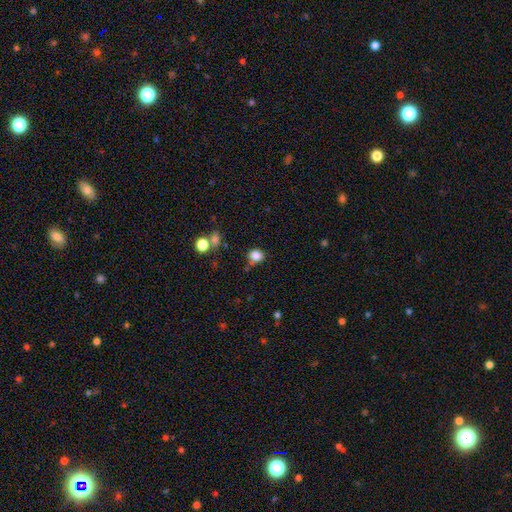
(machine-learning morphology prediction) smooth_or_featured: smooth (p=0.83) [alt: star or artifact p=0.12]
how_rounded: round (p=0.70) [alt: in between p=0.29]
merging: none (p=0.69) [alt: minor disturbance p=0.17]